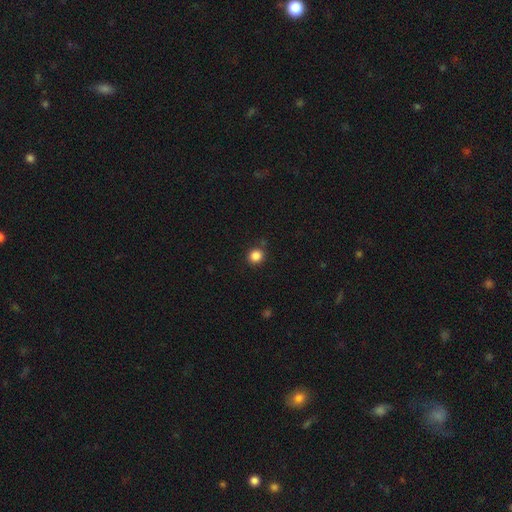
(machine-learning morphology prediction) smooth-or-featured: smooth: 86% | star or artifact: 11% | featured or disk: 3%
  how-rounded: round: 89% | in between: 10% | cigar-shaped: 1%
  merging: none: 87% | minor disturbance: 8% | merger: 3% | major disturbance: 2%